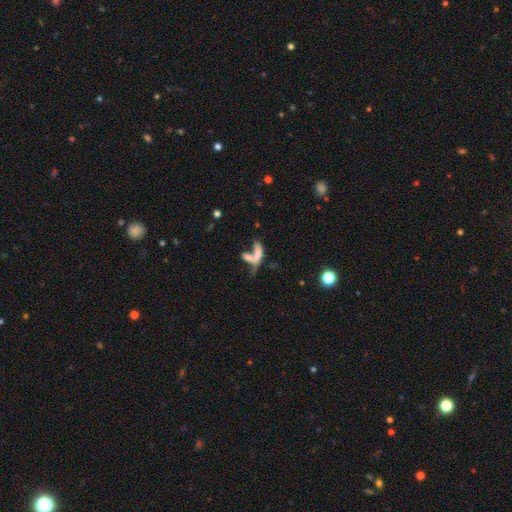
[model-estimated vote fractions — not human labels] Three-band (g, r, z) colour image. It shows a smooth galaxy with no disk features (55%) that is in between round and cigar-shaped (50%). Merging: merger (59%).